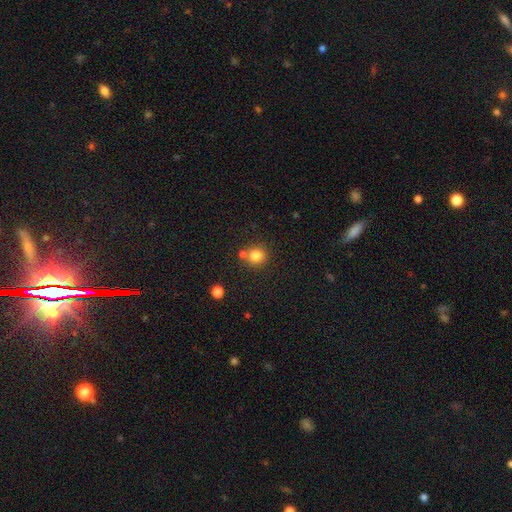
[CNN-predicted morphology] smooth-or-featured: smooth: 80% | star or artifact: 12% | featured or disk: 8%
  how-rounded: round: 91% | in between: 8% | cigar-shaped: 1%
  merging: none: 69% | merger: 20% | minor disturbance: 9% | major disturbance: 3%